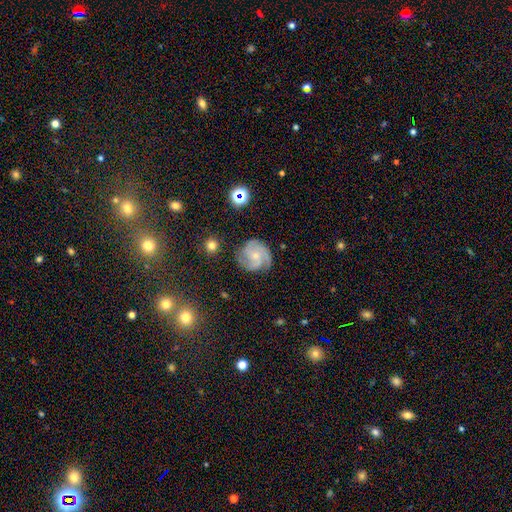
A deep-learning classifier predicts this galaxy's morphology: Smooth or featured? featured or disk (80%)
Edge-on disk? no (98%)
Bar? no (66%)
Spiral arms? yes (97%)
Spiral winding? tight (46%)
Spiral arm count? 3 (51%)
Bulge size? small (67%)
Merging? none (74%)